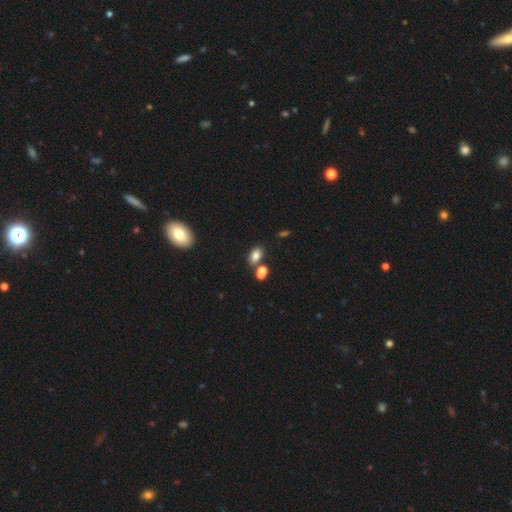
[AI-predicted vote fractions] smooth 80%, star or artifact 11%, featured or disk 9%. Down the decision tree: how rounded — in between (81%); merging — none (62%).